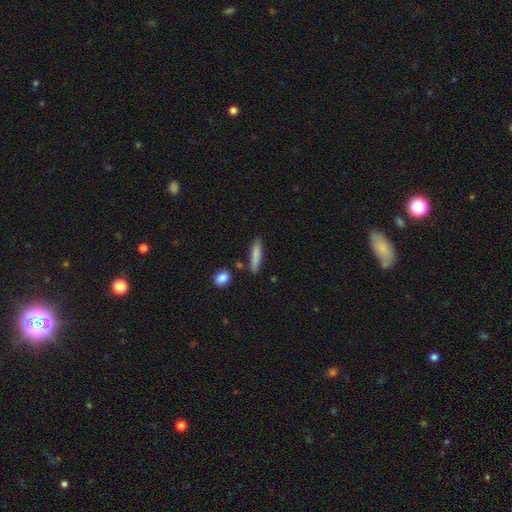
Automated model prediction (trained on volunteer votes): A smooth galaxy with no disk features (83%) that is cigar-shaped (80%).

Vote fractions:
- Smooth or featured? smooth: 83% / featured or disk: 11% / star or artifact: 6%
- How rounded? cigar-shaped: 80% / in between: 18% / round: 2%
- Merging? none: 82% / minor disturbance: 11% / merger: 4% / major disturbance: 2%